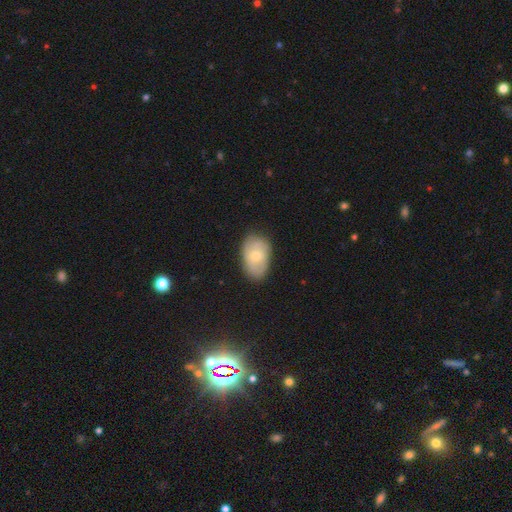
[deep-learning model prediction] This appears to be a smooth galaxy with no disk features (64%) that is in between round and cigar-shaped (88%). Merging: none (75%).